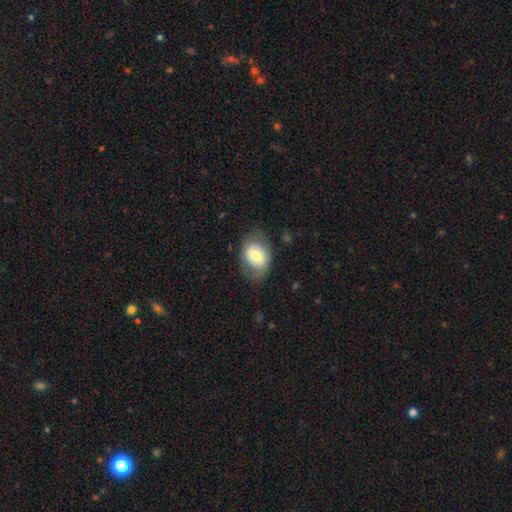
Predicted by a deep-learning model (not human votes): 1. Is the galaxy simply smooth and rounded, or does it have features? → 68% smooth, 25% featured or disk, 7% star or artifact.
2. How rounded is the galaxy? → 71% in between, 28% round, 1% cigar-shaped.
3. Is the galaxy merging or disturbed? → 64% none, 24% minor disturbance, 10% major disturbance, 1% merger.